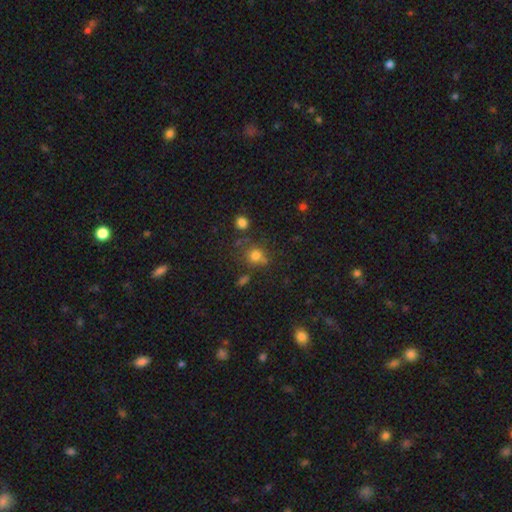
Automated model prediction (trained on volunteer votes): Smooth or featured: smooth — 74% (star or artifact — 17%)
How rounded: round — 83% (in between — 16%)
Merging: none — 65% (minor disturbance — 15%)